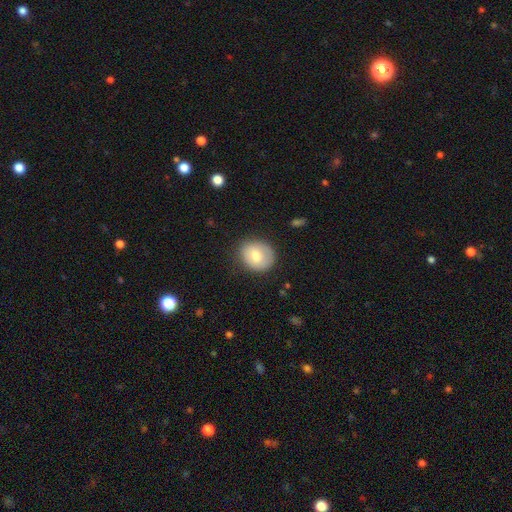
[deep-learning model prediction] This appears to be a smooth galaxy with no disk features (71%) that is round (68%). Merging: none (79%).